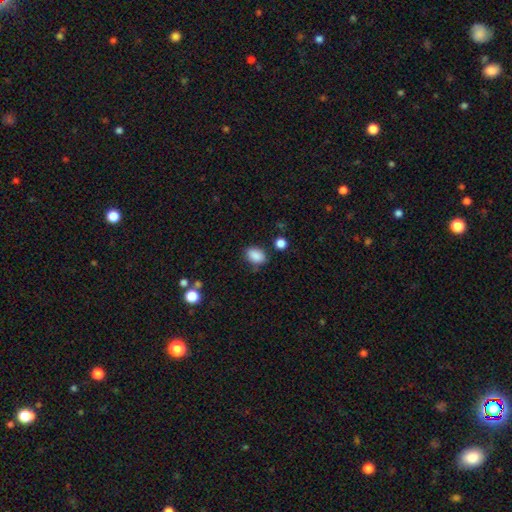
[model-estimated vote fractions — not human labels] Morphology: type=smooth (87%); roundness=in between (80%); merging=none (75%).